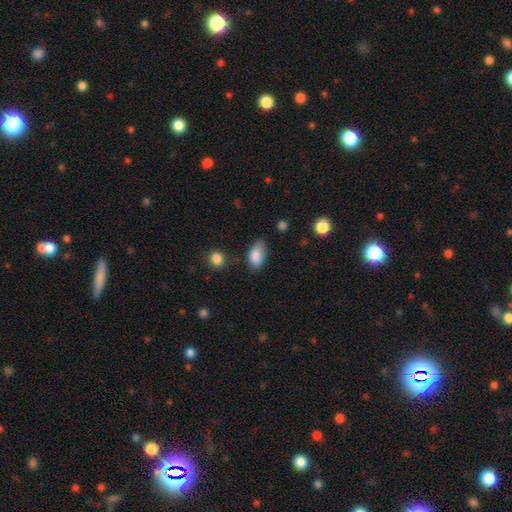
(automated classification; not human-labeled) smooth_or_featured: smooth (p=0.86) [alt: star or artifact p=0.07]
how_rounded: in between (p=0.93) [alt: round p=0.05]
merging: none (p=0.67) [alt: minor disturbance p=0.25]